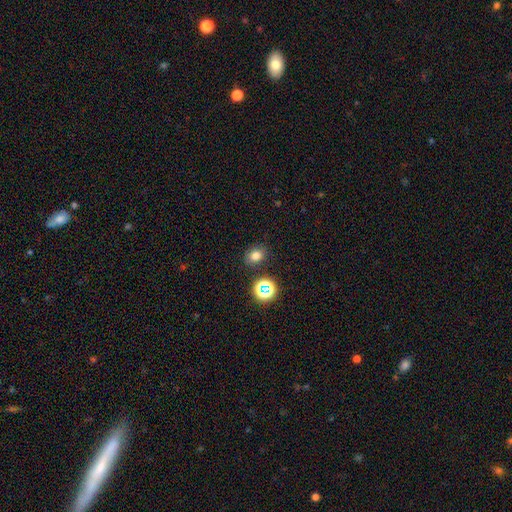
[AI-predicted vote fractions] Smooth or featured? Predicted: smooth (p=0.74). How rounded? Predicted: round (p=0.57). Merging? Predicted: none (p=0.83).